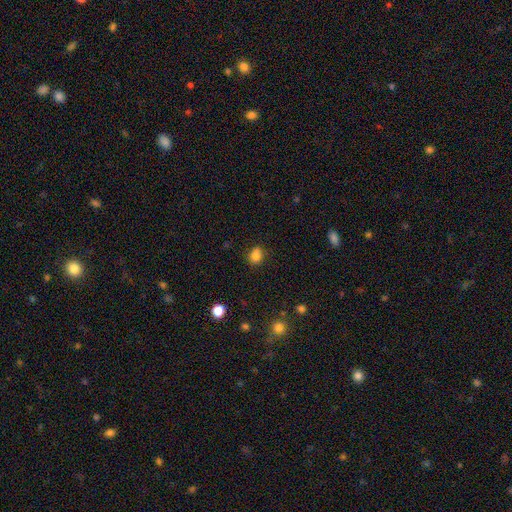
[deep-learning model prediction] smooth-or-featured: smooth: 80% | star or artifact: 14% | featured or disk: 7%
  how-rounded: round: 67% | in between: 32% | cigar-shaped: 1%
  merging: none: 64% | minor disturbance: 19% | merger: 12% | major disturbance: 5%